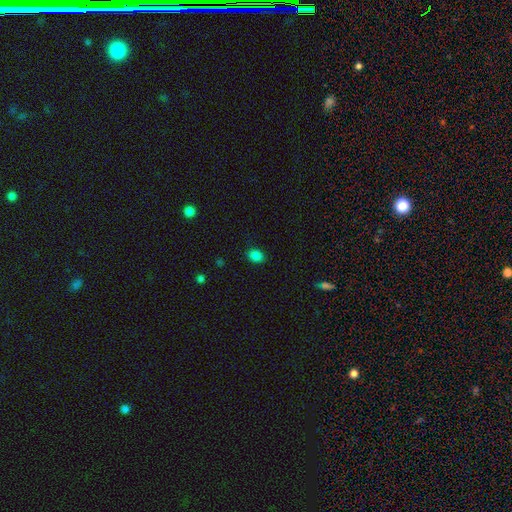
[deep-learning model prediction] Morphology: type=smooth (84%); roundness=in between (66%); merging=none (87%).